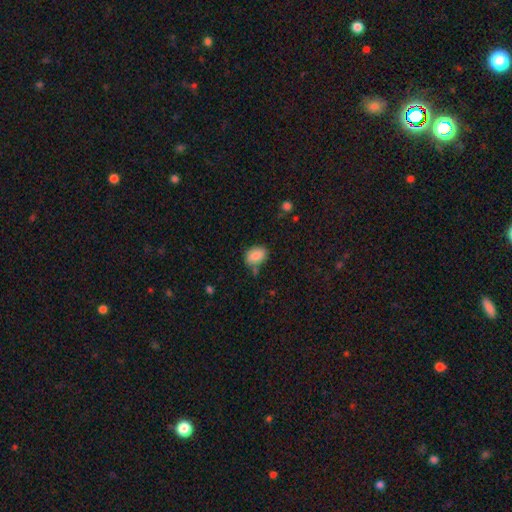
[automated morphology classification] Q: Smooth or featured?
A: smooth (87%); runner-up: star or artifact (8%)
Q: How rounded?
A: in between (77%); runner-up: round (22%)
Q: Merging?
A: none (69%); runner-up: minor disturbance (20%)